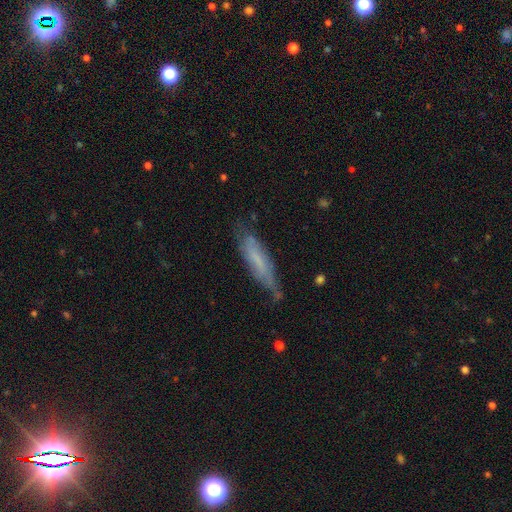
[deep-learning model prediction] The model was most divided on "smooth or featured": smooth: 50%, featured or disk: 40%, star or artifact: 9%. More confident: how rounded — cigar-shaped (75%); merging — none (63%).